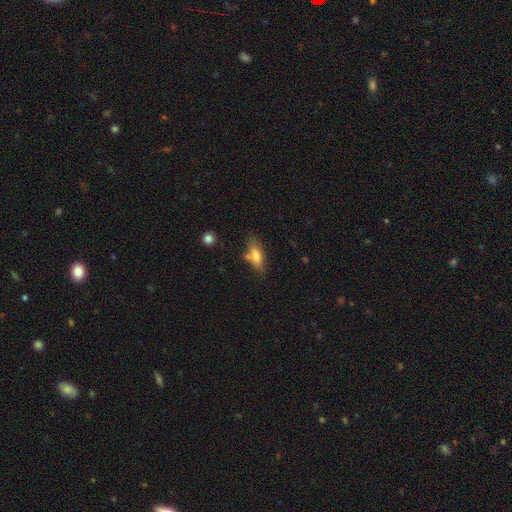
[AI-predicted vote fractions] Smooth or featured?
  - smooth: 66% *
  - featured or disk: 26%
  - star or artifact: 8%
How rounded?
  - in between: 68% *
  - cigar-shaped: 28%
  - round: 4%
Merging?
  - none: 61% *
  - minor disturbance: 22%
  - merger: 11%
  - major disturbance: 7%